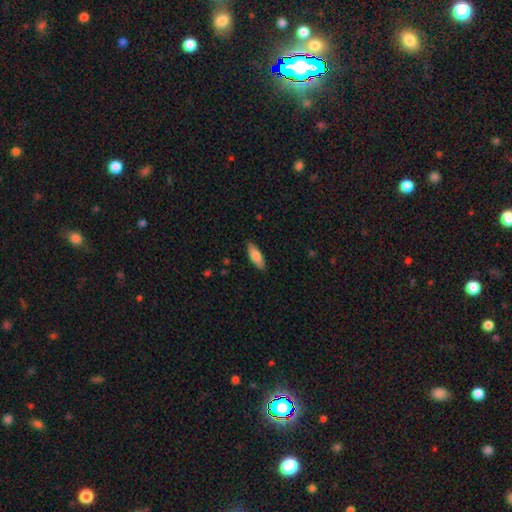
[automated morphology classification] Smooth or featured? smooth (81%)
How rounded? in between (64%)
Merging? none (86%)